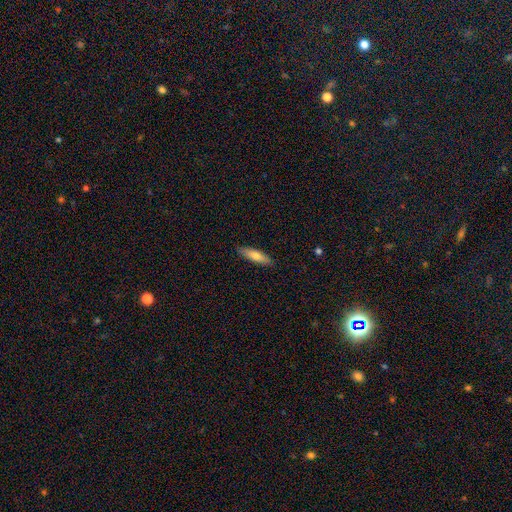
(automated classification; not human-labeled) smooth_or_featured: smooth (p=0.70) [alt: featured or disk p=0.24]
how_rounded: cigar-shaped (p=0.64) [alt: in between p=0.35]
merging: none (p=0.88) [alt: minor disturbance p=0.09]